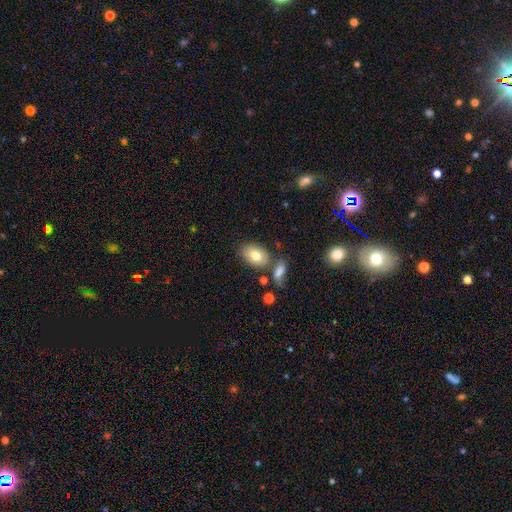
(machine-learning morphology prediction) smooth_or_featured: smooth (p=0.77) [alt: featured or disk p=0.16]
how_rounded: in between (p=0.85) [alt: round p=0.14]
merging: none (p=0.70) [alt: minor disturbance p=0.14]